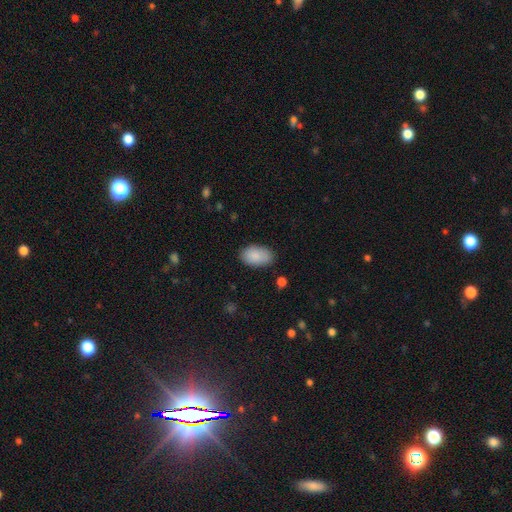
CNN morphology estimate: smooth 88%, star or artifact 6%, featured or disk 5%. Down the decision tree: how rounded — in between (93%); merging — none (81%).